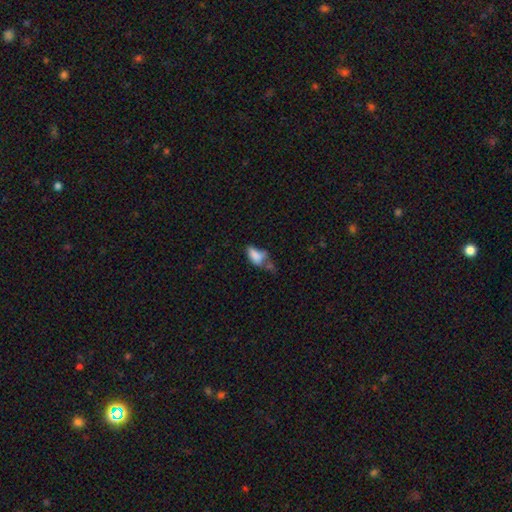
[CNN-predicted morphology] Smooth or featured: smooth — 73% (featured or disk — 16%)
How rounded: in between — 88% (cigar-shaped — 8%)
Merging: major disturbance — 26% (tied with merger — 26%)